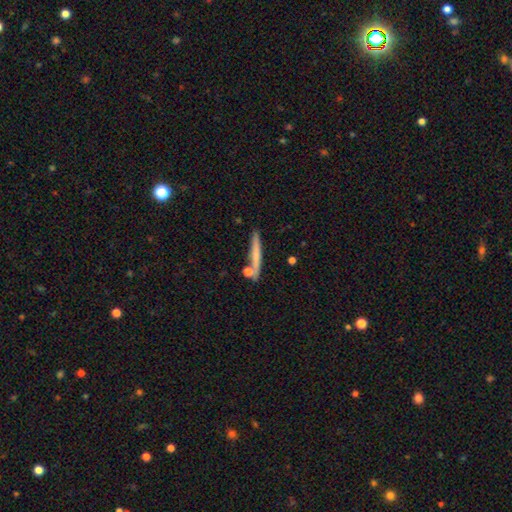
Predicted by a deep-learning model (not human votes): Q: Smooth or featured?
A: smooth (63%); runner-up: featured or disk (31%)
Q: How rounded?
A: cigar-shaped (94%); runner-up: in between (4%)
Q: Merging?
A: none (78%); runner-up: minor disturbance (11%)